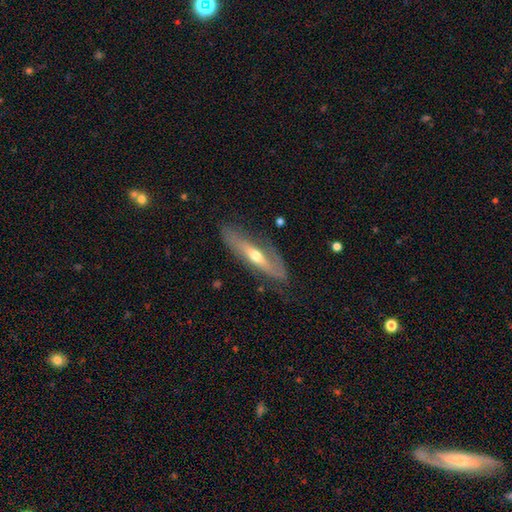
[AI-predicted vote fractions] Smooth or featured: featured or disk — 62% (smooth — 32%)
Edge-on disk: yes — 60% (no — 40%)
Merging: none — 68% (minor disturbance — 22%)